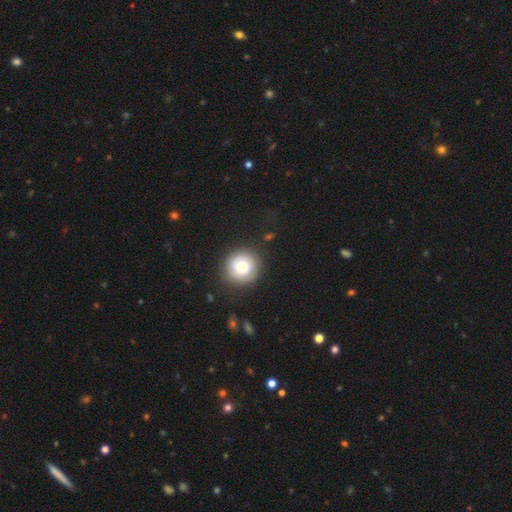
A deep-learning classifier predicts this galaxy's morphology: The model was most divided on "smooth or featured": smooth: 55%, star or artifact: 38%, featured or disk: 8%. More confident: how rounded — round (92%); merging — none (89%).